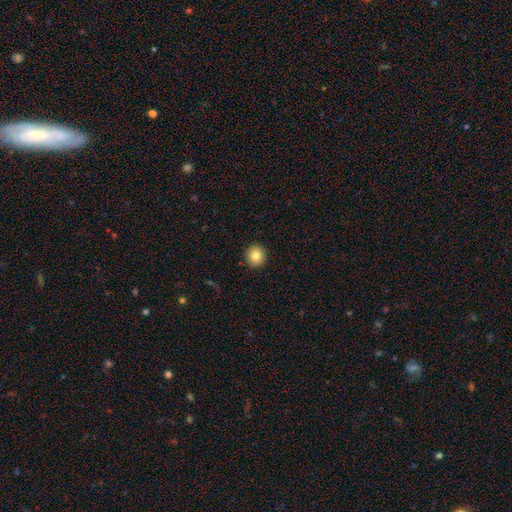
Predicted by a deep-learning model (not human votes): Smooth or featured: smooth — 81% (star or artifact — 10%)
How rounded: round — 94% (in between — 5%)
Merging: none — 92% (minor disturbance — 5%)